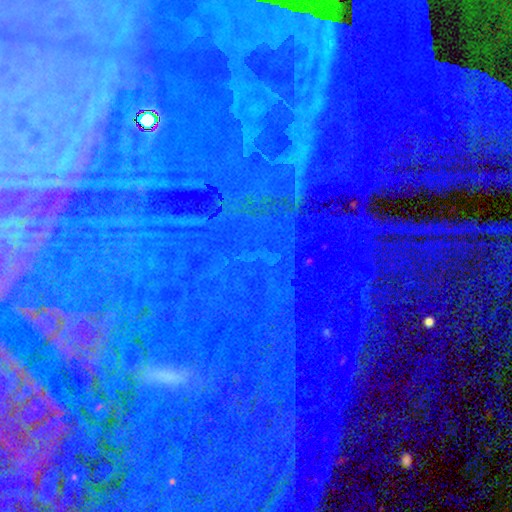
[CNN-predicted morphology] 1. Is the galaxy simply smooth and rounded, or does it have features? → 86% star or artifact, 8% featured or disk, 7% smooth.